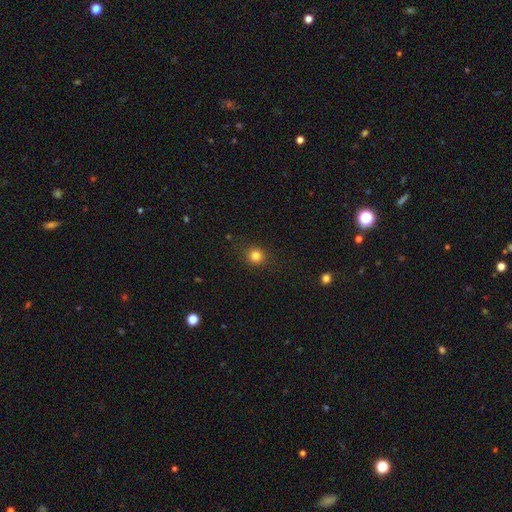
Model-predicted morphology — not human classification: smooth 82%, star or artifact 13%, featured or disk 5%. Down the decision tree: how rounded — round (87%); merging — none (88%).